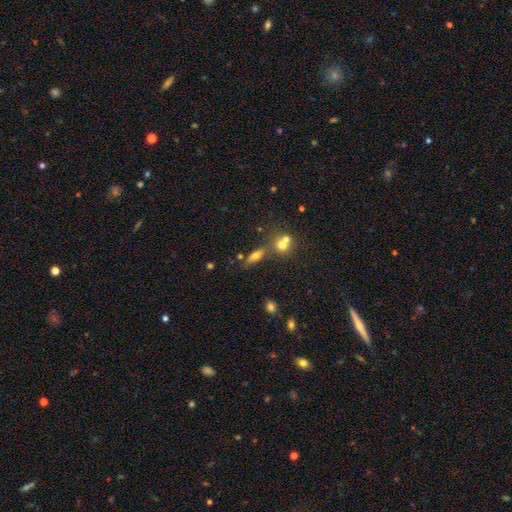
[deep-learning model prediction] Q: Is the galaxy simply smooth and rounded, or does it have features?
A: smooth — 60%.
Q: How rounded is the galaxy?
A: in between — 56%.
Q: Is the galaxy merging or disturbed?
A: none — 60%.